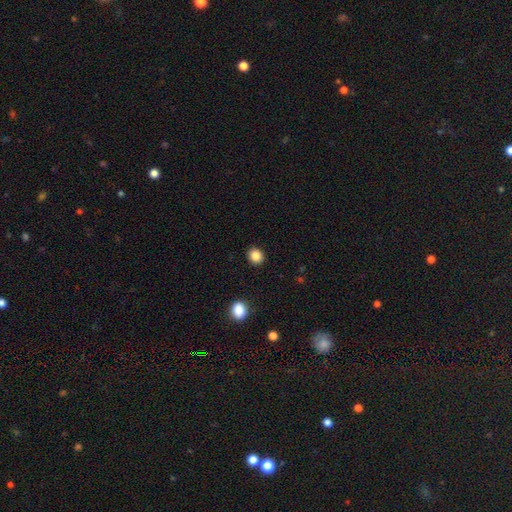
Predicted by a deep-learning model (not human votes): Smooth or featured? Predicted: smooth (p=0.86). How rounded? Predicted: round (p=0.76). Merging? Predicted: none (p=0.91).